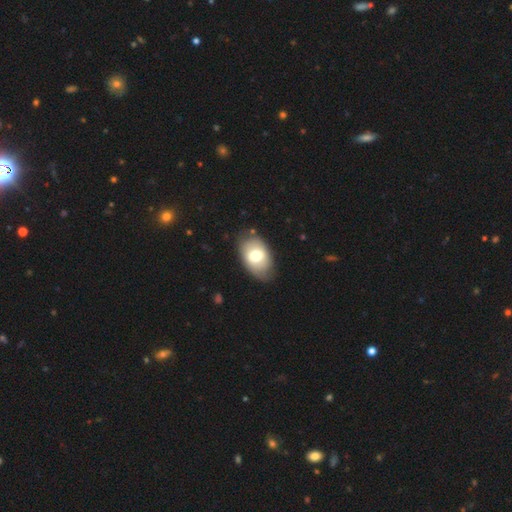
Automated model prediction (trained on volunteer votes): Smooth or featured?
  - smooth: 67% *
  - featured or disk: 26%
  - star or artifact: 7%
How rounded?
  - in between: 88% *
  - round: 10%
  - cigar-shaped: 1%
Merging?
  - none: 76% *
  - minor disturbance: 17%
  - major disturbance: 4%
  - merger: 2%